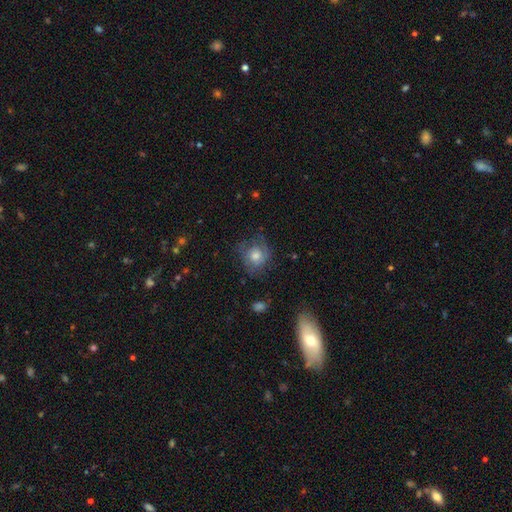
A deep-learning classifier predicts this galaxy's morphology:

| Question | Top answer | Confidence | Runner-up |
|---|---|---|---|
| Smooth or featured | smooth | 49% | featured or disk (38%) |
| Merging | none | 66% | minor disturbance (21%) |